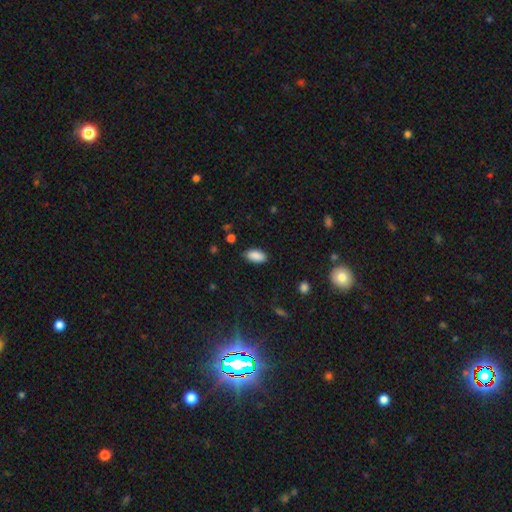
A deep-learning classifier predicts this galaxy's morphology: A smooth galaxy with no disk features (89%) that is in between round and cigar-shaped (92%).

Vote fractions:
- Smooth or featured? smooth: 89% / star or artifact: 7% / featured or disk: 4%
- How rounded? in between: 92% / cigar-shaped: 5% / round: 2%
- Merging? none: 84% / minor disturbance: 12% / major disturbance: 3% / merger: 1%